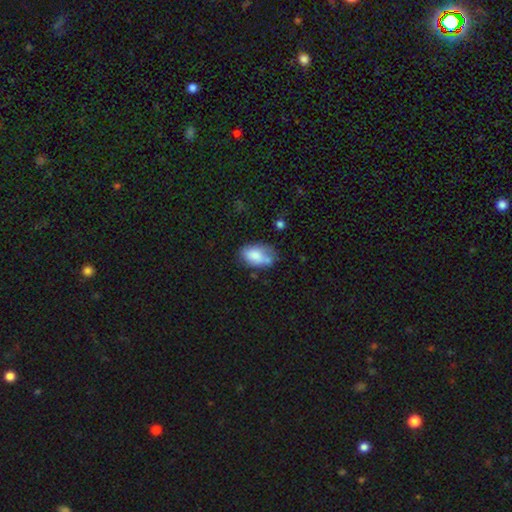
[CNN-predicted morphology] type=smooth (77%); roundness=in between (91%); merging=none (49%).